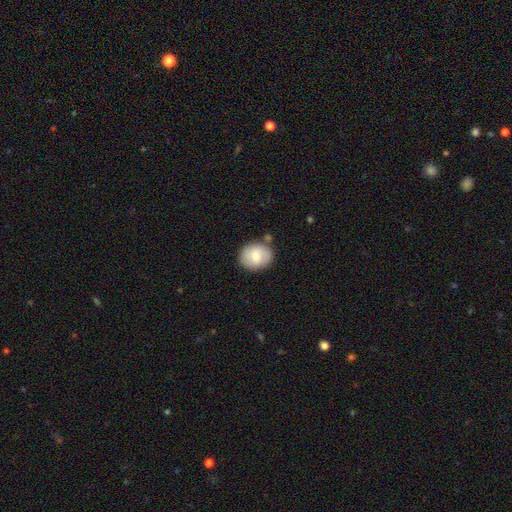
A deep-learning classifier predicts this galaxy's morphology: Smooth or featured: smooth — 74% (featured or disk — 19%)
How rounded: round — 62% (in between — 37%)
Merging: none — 77% (minor disturbance — 14%)